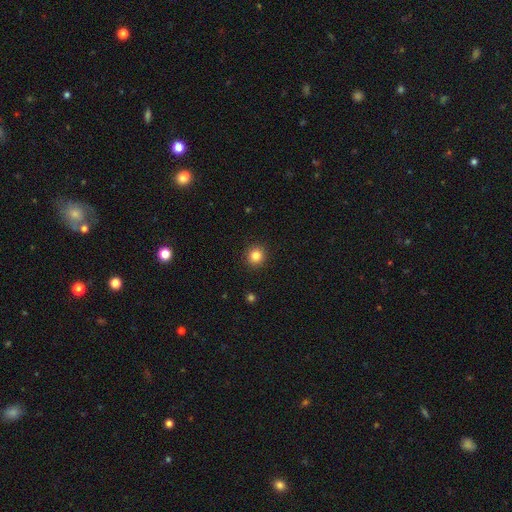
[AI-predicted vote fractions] A smooth galaxy with no disk features (84%) that is round (92%). Merging: none (92%).